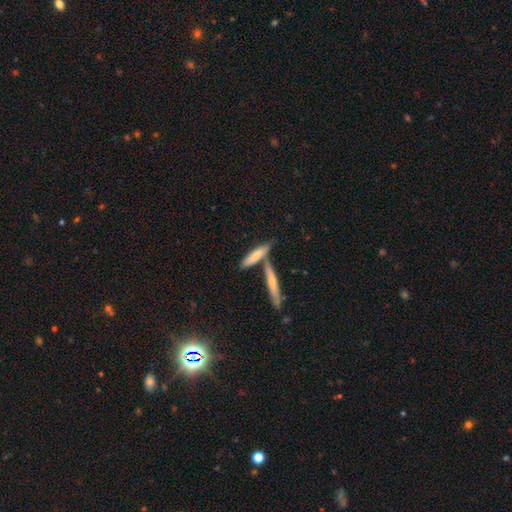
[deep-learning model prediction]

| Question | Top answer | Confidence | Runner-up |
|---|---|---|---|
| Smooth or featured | smooth | 68% | featured or disk (26%) |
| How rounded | cigar-shaped | 76% | in between (22%) |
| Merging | none | 52% | merger (33%) |